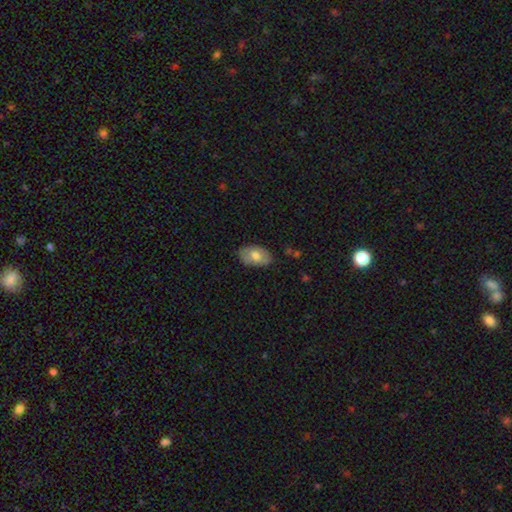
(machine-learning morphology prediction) smooth_or_featured: smooth (p=0.71) [alt: featured or disk p=0.23]
how_rounded: in between (p=0.91) [alt: round p=0.07]
merging: none (p=0.81) [alt: minor disturbance p=0.15]